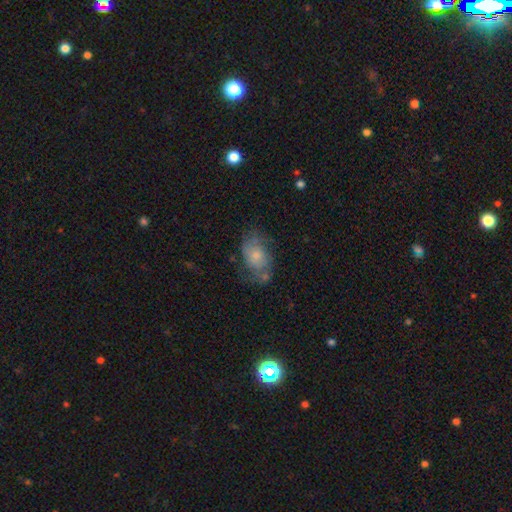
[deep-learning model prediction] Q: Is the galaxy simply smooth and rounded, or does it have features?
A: smooth — 49%.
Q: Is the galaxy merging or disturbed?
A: none — 51%.